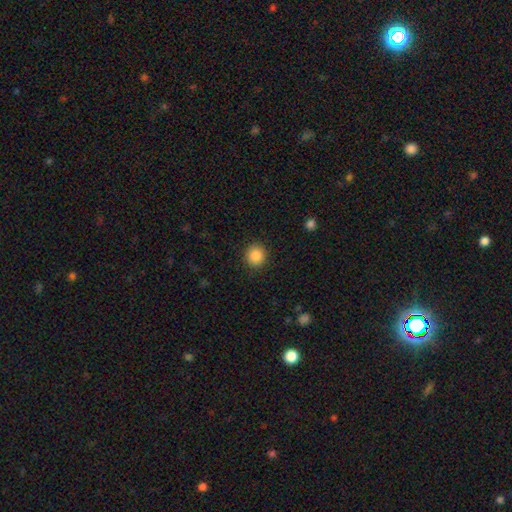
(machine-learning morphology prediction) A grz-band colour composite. It shows a smooth galaxy with no disk features (87%) that is round (89%). Merging: none (91%).